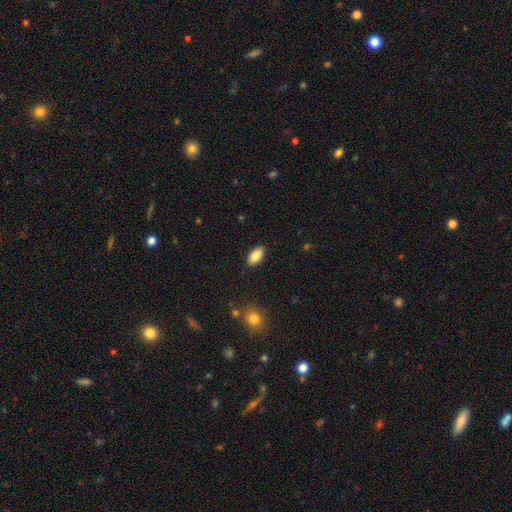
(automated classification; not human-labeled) smooth_or_featured: smooth (p=0.85) [alt: featured or disk p=0.08]
how_rounded: in between (p=0.91) [alt: cigar-shaped p=0.07]
merging: none (p=0.89) [alt: minor disturbance p=0.08]